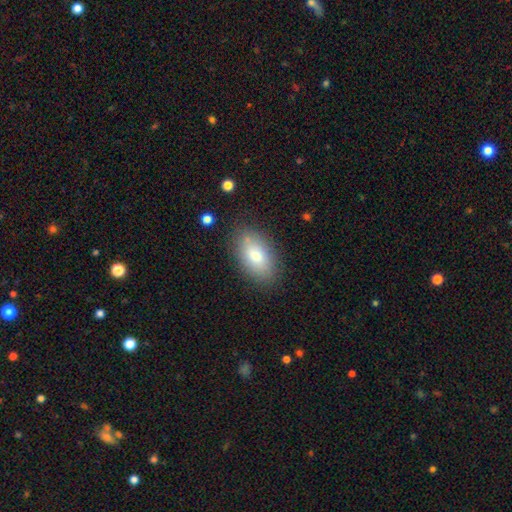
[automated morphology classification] smooth-or-featured: smooth: 75% | featured or disk: 17% | star or artifact: 8%
  how-rounded: in between: 91% | round: 7% | cigar-shaped: 3%
  merging: none: 83% | minor disturbance: 12% | major disturbance: 3% | merger: 2%